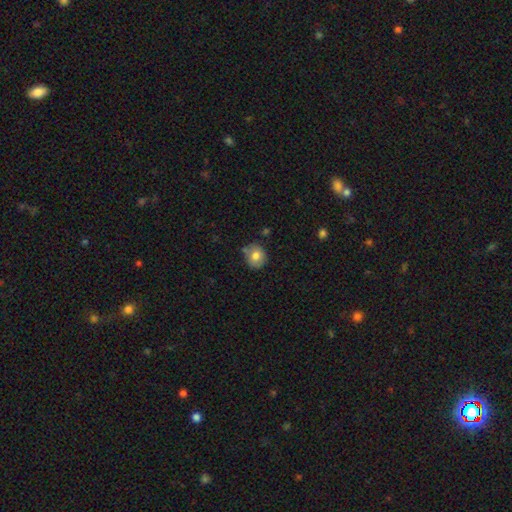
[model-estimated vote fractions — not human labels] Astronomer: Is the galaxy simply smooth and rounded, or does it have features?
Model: smooth — 76%.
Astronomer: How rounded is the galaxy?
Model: round — 79%.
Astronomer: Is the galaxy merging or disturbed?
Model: none — 73%.